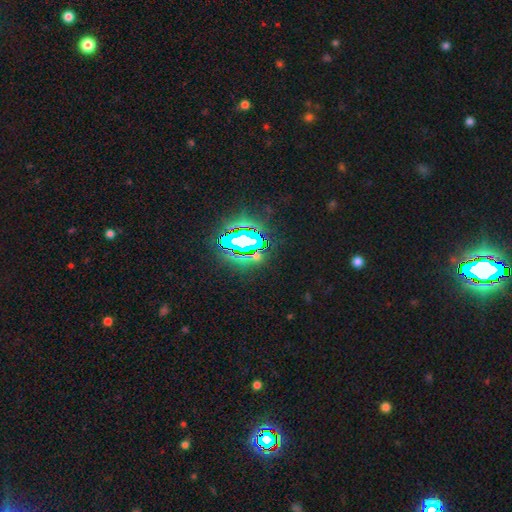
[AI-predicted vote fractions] Smooth or featured? star or artifact (74%)